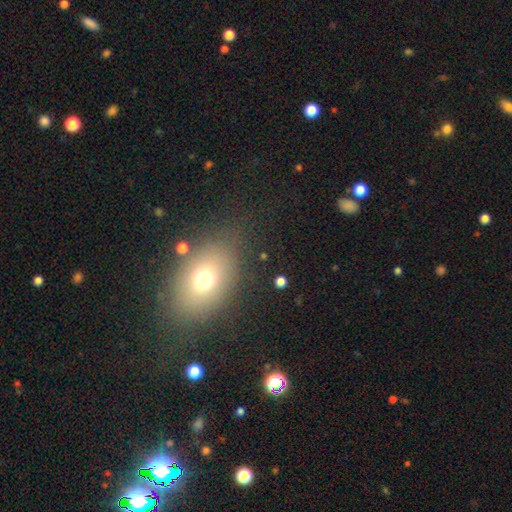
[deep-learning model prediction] Smooth or featured? Predicted: smooth (p=0.66). How rounded? Predicted: in between (p=0.73). Merging? Predicted: none (p=0.81).